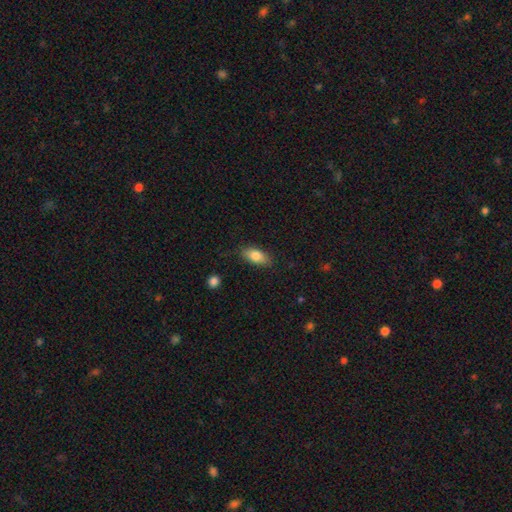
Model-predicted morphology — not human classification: smooth 82%, featured or disk 11%, star or artifact 7%. Down the decision tree: how rounded — in between (86%); merging — none (83%).